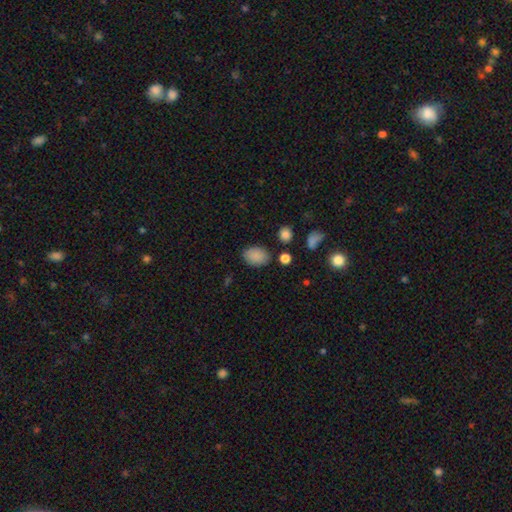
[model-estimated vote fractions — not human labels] Morphology: type=smooth (86%); roundness=in between (78%); merging=none (82%).